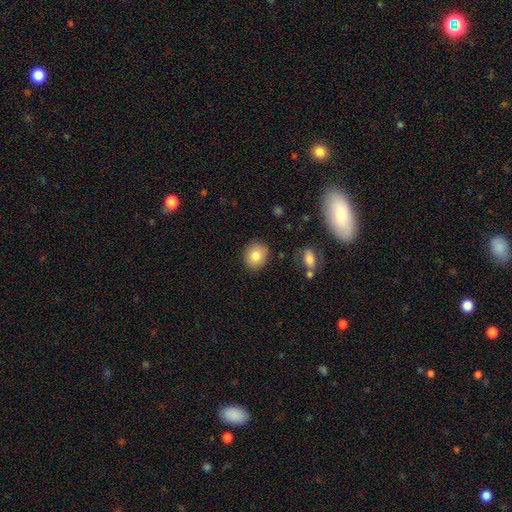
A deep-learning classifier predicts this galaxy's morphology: smooth_or_featured: smooth (p=0.83) [alt: star or artifact p=0.09]
how_rounded: round (p=0.72) [alt: in between p=0.27]
merging: none (p=0.86) [alt: minor disturbance p=0.09]